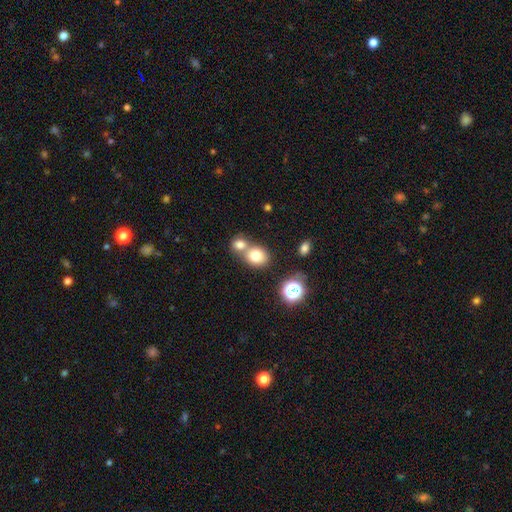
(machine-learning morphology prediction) type=smooth (77%); roundness=round (65%); merging=merger (48%).